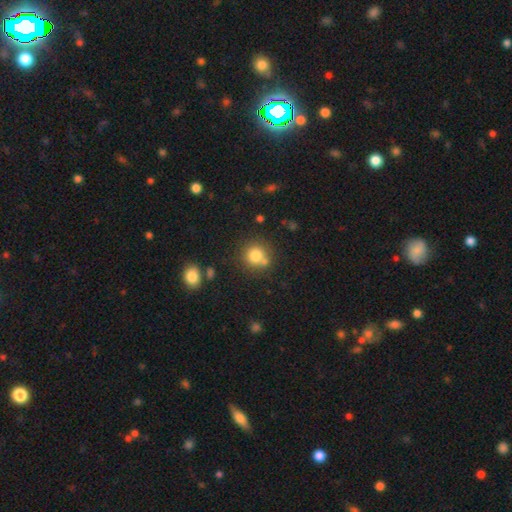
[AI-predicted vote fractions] This is likely a smooth galaxy (79%). How rounded: clearly round (89%). Merging: likely none (65%).